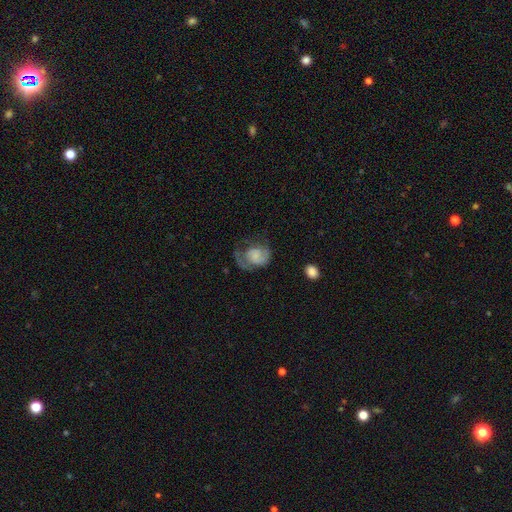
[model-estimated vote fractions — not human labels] This is possibly a featured or disk galaxy (52%). It is clearly not viewed edge-on (98%). Bar: likely no (70%). Spiral arm pattern: likely yes (78%). Central bulge: marginally small (37%). Merging: marginally major disturbance (37%).